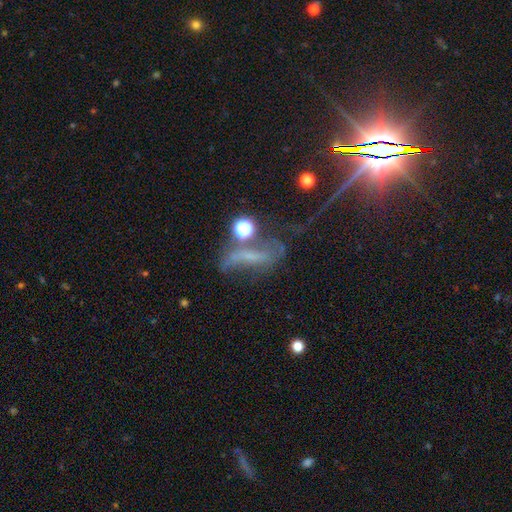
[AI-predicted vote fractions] This appears to be a featured or disk galaxy (45%). Merging: none (37%).